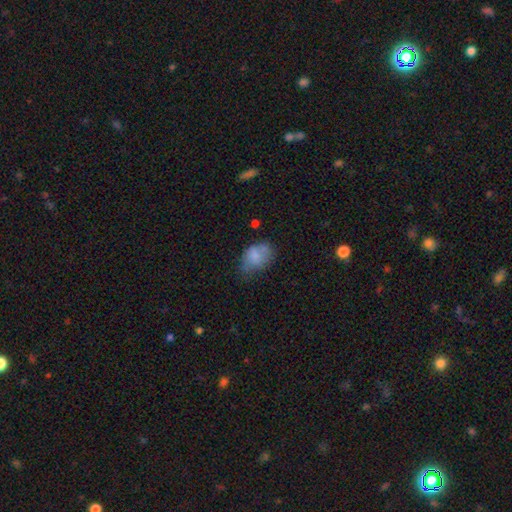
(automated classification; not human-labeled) Morphology: type=smooth (76%); roundness=in between (80%); merging=none (44%).